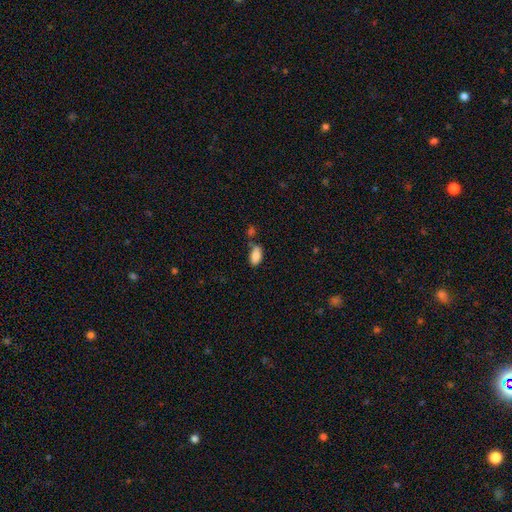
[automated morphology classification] The model was most divided on "merging": none: 59%, minor disturbance: 19%, merger: 17%, major disturbance: 5%. More confident: how rounded — in between (92%); smooth or featured — smooth (84%).